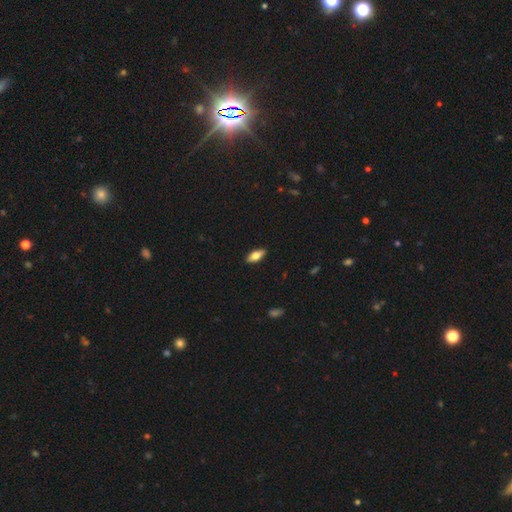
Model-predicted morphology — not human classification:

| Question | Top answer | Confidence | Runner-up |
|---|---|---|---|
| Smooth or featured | smooth | 68% | featured or disk (25%) |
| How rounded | in between | 78% | cigar-shaped (20%) |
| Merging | none | 90% | minor disturbance (7%) |